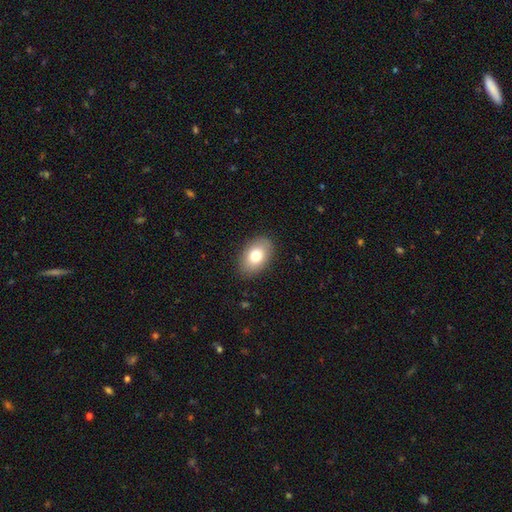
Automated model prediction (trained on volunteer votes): Smooth or featured? smooth (77%)
How rounded? in between (89%)
Merging? none (86%)